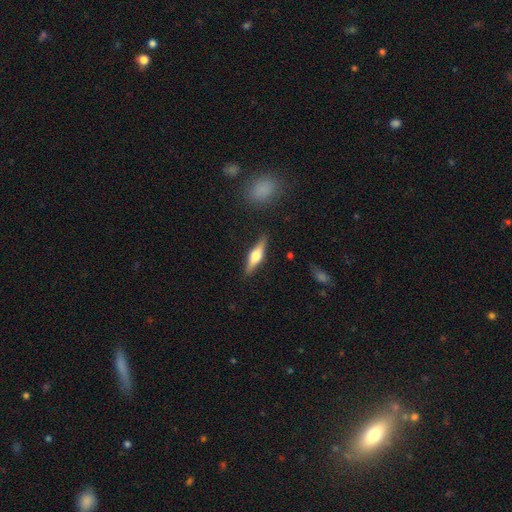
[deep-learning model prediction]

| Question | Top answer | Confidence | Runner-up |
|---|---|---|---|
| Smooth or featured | featured or disk | 60% | smooth (34%) |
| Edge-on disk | yes | 96% | no (4%) |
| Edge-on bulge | rounded | 93% | boxy (5%) |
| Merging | none | 88% | minor disturbance (9%) |